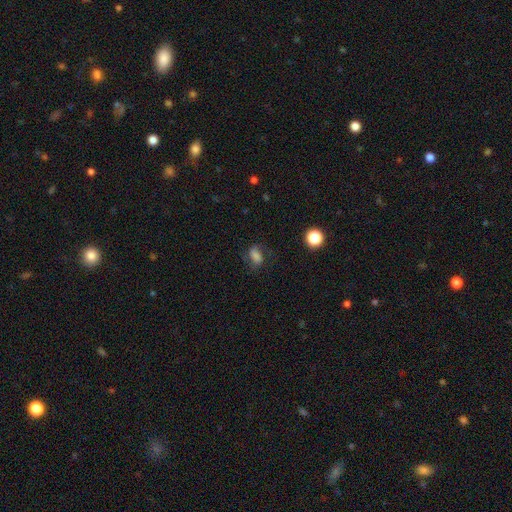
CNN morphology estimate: Smooth or featured?
  - smooth: 57% *
  - featured or disk: 28%
  - star or artifact: 15%
How rounded?
  - in between: 77% *
  - round: 20%
  - cigar-shaped: 3%
Merging?
  - none: 58% *
  - minor disturbance: 23%
  - major disturbance: 17%
  - merger: 2%